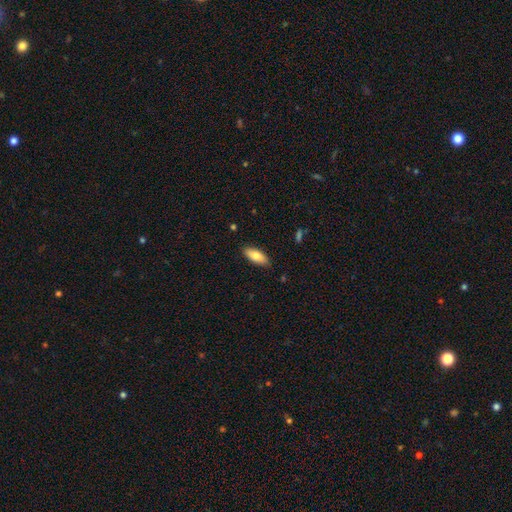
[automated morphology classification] Smooth or featured? smooth (80%)
How rounded? in between (79%)
Merging? none (87%)